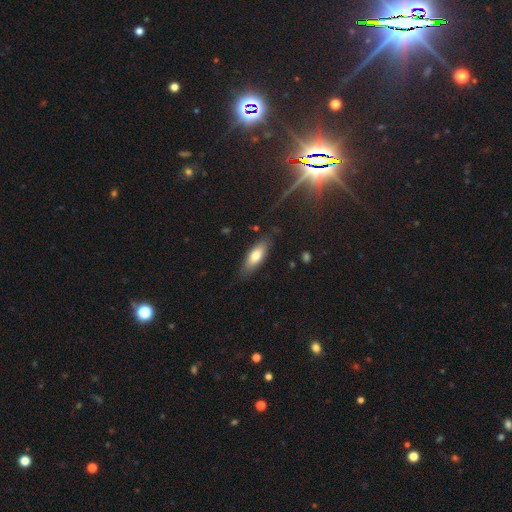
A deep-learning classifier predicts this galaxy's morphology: type=smooth (74%); roundness=in between (63%); merging=none (82%).